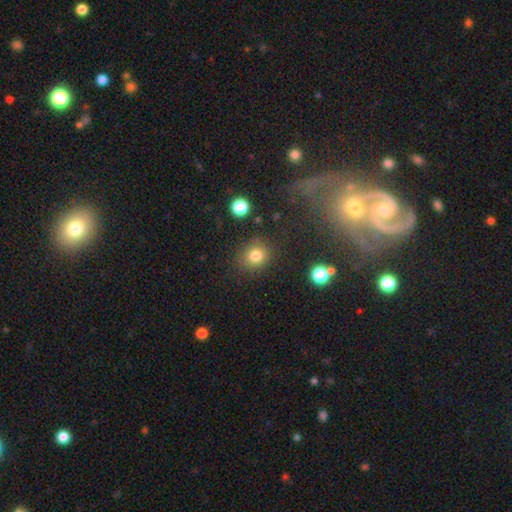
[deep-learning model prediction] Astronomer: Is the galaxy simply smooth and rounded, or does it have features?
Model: smooth — 81%.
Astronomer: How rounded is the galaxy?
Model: round — 76%.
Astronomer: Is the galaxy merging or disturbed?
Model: none — 81%.